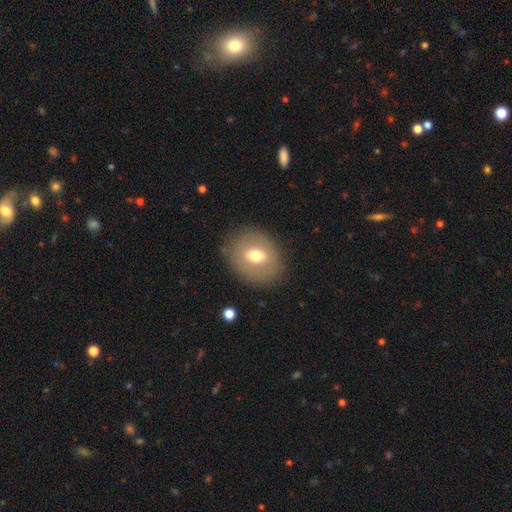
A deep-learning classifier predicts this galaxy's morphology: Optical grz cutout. It shows a smooth galaxy with no disk features (61%) that is round (51%). Merging: none (82%).